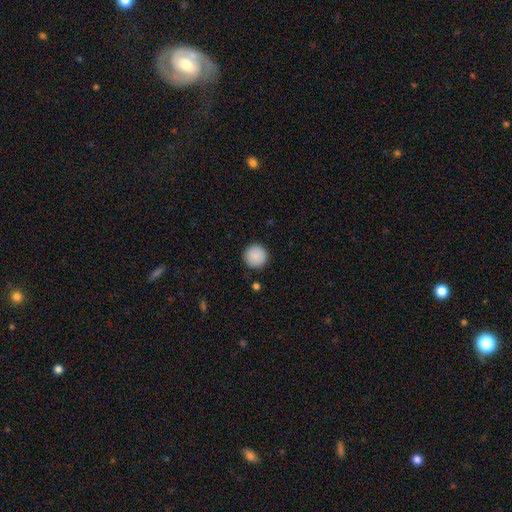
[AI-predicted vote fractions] This is clearly a smooth galaxy (89%). How rounded: clearly round (96%). Merging: clearly none (91%).